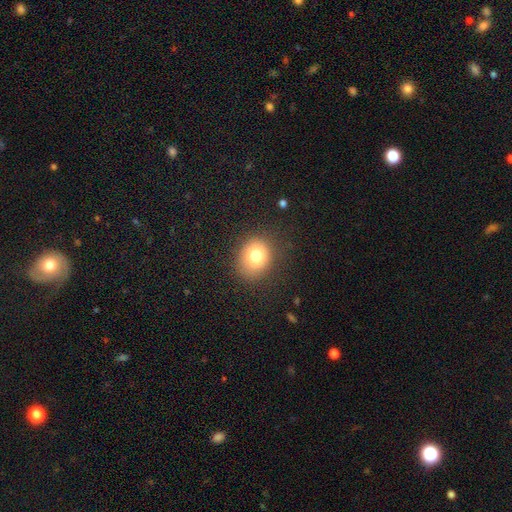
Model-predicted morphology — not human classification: This is likely a smooth galaxy (79%). How rounded: likely round (62%). Merging: clearly none (83%).